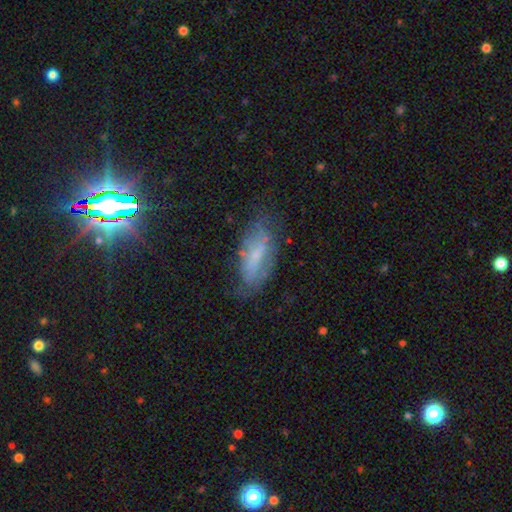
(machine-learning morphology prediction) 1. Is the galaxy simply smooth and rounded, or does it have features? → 45% featured or disk, 43% smooth, 12% star or artifact.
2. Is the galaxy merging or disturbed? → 63% none, 25% minor disturbance, 10% major disturbance, 2% merger.